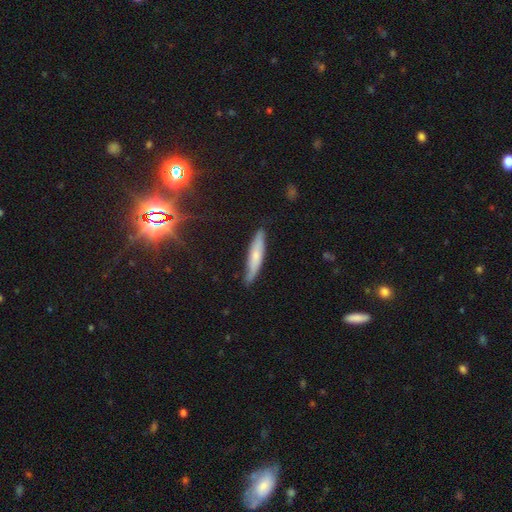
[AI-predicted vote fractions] A smooth galaxy with no disk features (61%) that is cigar-shaped (86%).

Vote fractions:
- Smooth or featured? smooth: 61% / featured or disk: 31% / star or artifact: 7%
- How rounded? cigar-shaped: 86% / in between: 12% / round: 1%
- Merging? none: 80% / minor disturbance: 16% / major disturbance: 3% / merger: 1%